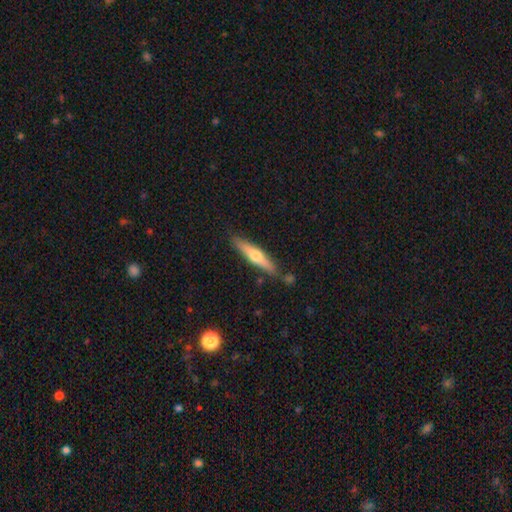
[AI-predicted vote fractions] featured or disk 48%, smooth 47%, star or artifact 5%. Down the decision tree: merging — none (80%).